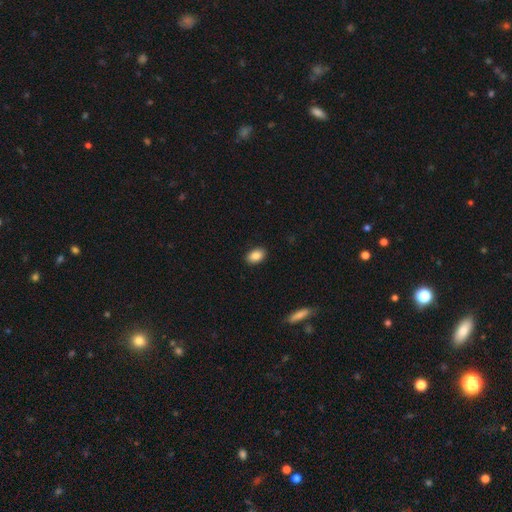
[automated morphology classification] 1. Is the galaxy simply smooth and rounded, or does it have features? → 86% smooth, 8% star or artifact, 6% featured or disk.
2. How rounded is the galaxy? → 86% in between, 12% round, 1% cigar-shaped.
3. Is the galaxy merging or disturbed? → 90% none, 7% minor disturbance, 2% major disturbance, 1% merger.